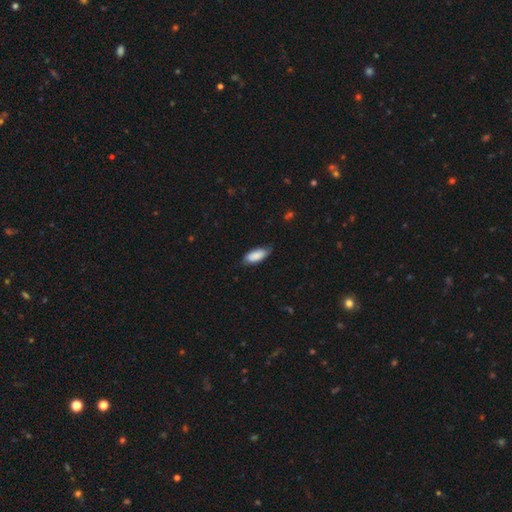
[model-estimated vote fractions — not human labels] This appears to be a smooth galaxy with no disk features (86%) that is in between round and cigar-shaped (84%). Merging: none (73%).